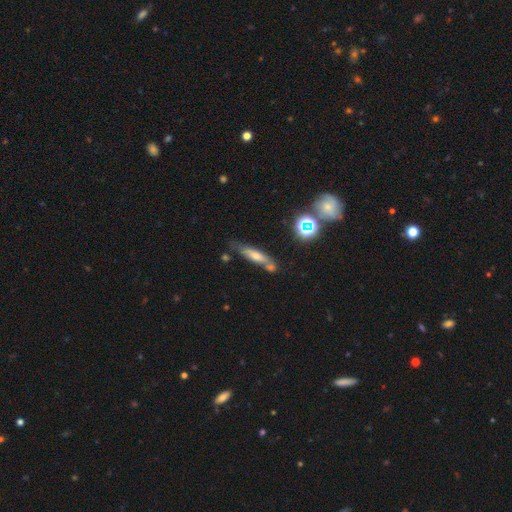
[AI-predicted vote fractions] A smooth galaxy with no disk features (47%).

Vote fractions:
- Smooth or featured? smooth: 47% / featured or disk: 37% / star or artifact: 15%
- Merging? none: 60% / minor disturbance: 18% / merger: 16% / major disturbance: 6%